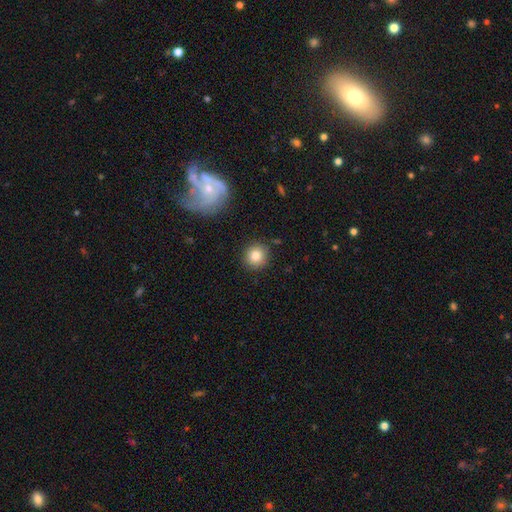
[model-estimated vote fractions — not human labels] Smooth or featured: smooth — 82% (star or artifact — 9%)
How rounded: round — 90% (in between — 9%)
Merging: none — 87% (minor disturbance — 8%)